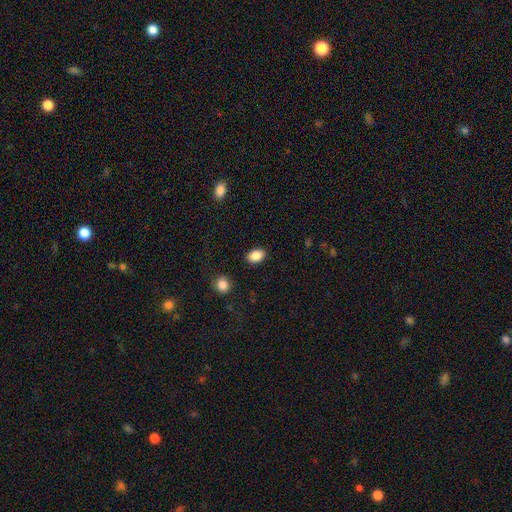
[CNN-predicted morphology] smooth 88%, star or artifact 8%, featured or disk 4%. Down the decision tree: how rounded — in between (82%); merging — none (88%).